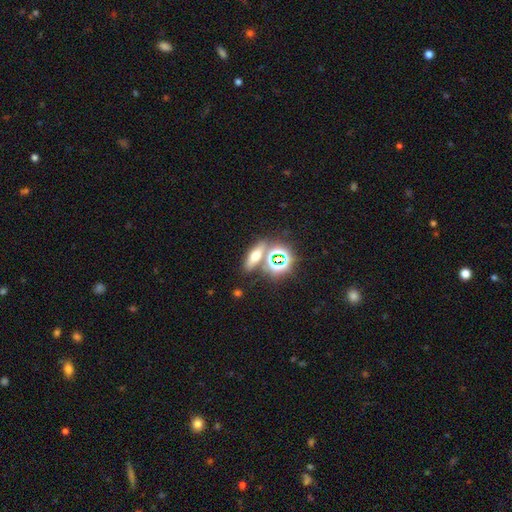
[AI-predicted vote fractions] Smooth or featured: smooth — 47% (star or artifact — 30%)
Merging: none — 70% (merger — 16%)